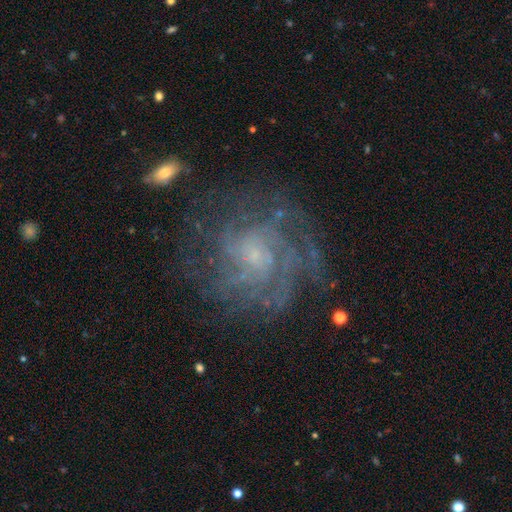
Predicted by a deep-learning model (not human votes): This is clearly a featured or disk galaxy (81%). It is clearly not viewed edge-on (97%). Bar: likely no (72%). Spiral arm pattern: clearly yes (93%). Spiral arm count: marginally can't tell (37%). Spiral winding: likely tight (61%). Central bulge: likely small (70%). Merging: likely none (73%).